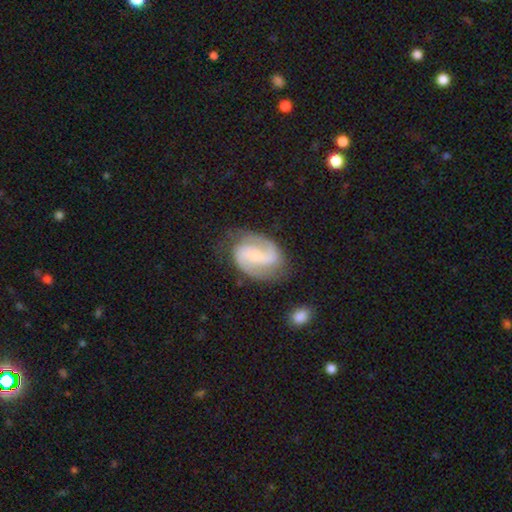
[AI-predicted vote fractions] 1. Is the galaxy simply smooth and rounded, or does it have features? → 88% featured or disk, 7% smooth, 4% star or artifact.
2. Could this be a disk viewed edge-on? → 98% no, 2% yes.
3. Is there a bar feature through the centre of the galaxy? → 40% weak, 30% strong, 30% no.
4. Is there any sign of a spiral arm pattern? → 97% yes, 3% no.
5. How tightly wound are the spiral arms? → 52% medium, 29% tight, 19% loose.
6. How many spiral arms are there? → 92% 2, 3% can't tell, 2% 3, 1% 1, 1% 4, 1% more than 4.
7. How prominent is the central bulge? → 67% small, 28% moderate, 3% none, 2% large, 1% dominant.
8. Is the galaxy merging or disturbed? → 76% none, 17% minor disturbance, 6% major disturbance, 2% merger.